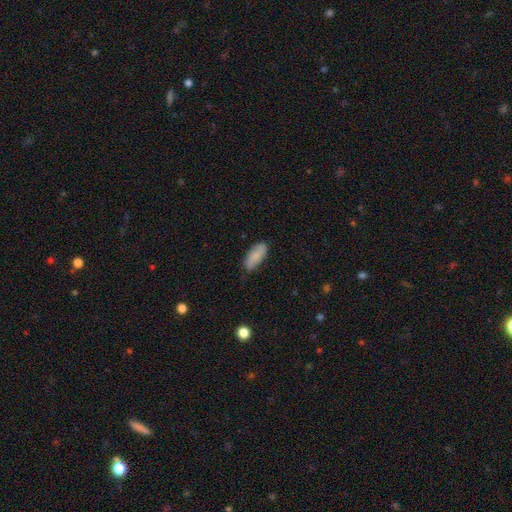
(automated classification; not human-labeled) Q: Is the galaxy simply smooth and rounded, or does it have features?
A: smooth — 71%.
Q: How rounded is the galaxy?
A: in between — 84%.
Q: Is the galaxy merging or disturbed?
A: none — 78%.